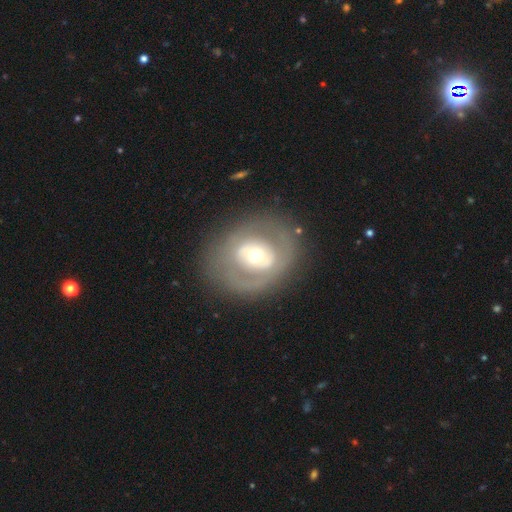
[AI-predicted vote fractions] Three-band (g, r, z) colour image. It shows a featured or disk galaxy (59%) with no bar (63%), no spiral arms (79%) and a moderate central bulge (65%). Merging: none (76%).